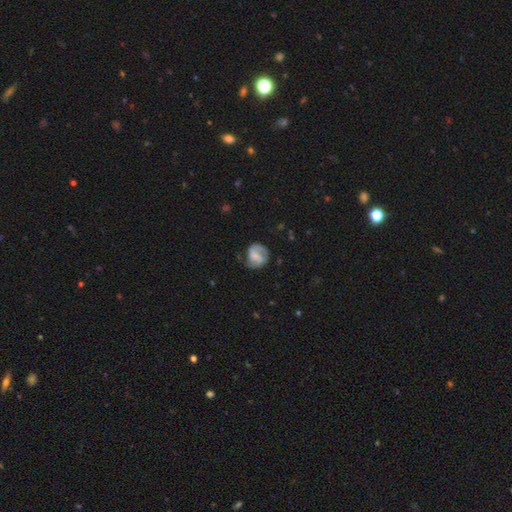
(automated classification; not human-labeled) Morphology: type=featured or disk (67%); edge-on=no (98%); bar=weak (47%); spiral arms=yes (90%); winding=medium (45%); arm count=2 (76%); bulge=none (36%); merging=none (62%).